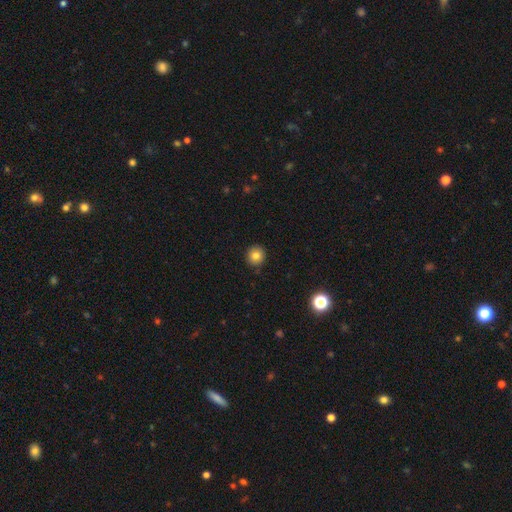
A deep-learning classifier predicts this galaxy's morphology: A smooth galaxy with no disk features (80%) that is round (92%).

Vote fractions:
- Smooth or featured? smooth: 80% / star or artifact: 11% / featured or disk: 8%
- How rounded? round: 92% / in between: 7% / cigar-shaped: 1%
- Merging? none: 89% / minor disturbance: 8% / major disturbance: 2% / merger: 1%